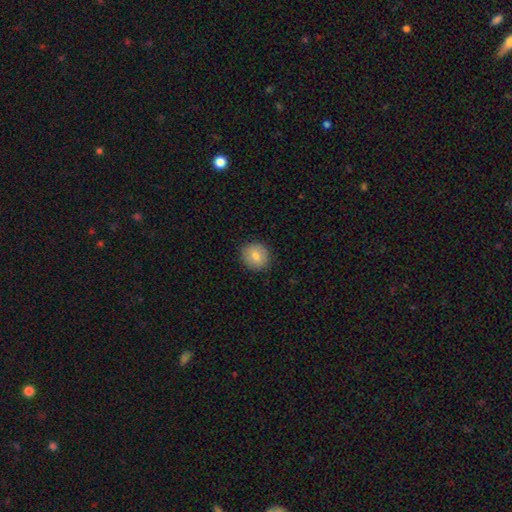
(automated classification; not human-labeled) Smooth or featured?
  - smooth: 79% *
  - featured or disk: 12%
  - star or artifact: 9%
How rounded?
  - round: 86% *
  - in between: 13%
  - cigar-shaped: 1%
Merging?
  - none: 89% *
  - minor disturbance: 8%
  - major disturbance: 2%
  - merger: 1%